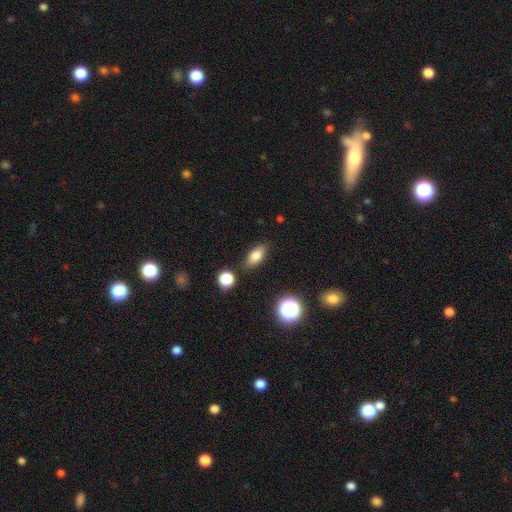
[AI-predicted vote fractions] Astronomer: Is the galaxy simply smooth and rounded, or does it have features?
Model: smooth — 78%.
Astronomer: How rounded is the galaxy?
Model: in between — 82%.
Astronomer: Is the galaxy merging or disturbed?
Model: none — 84%.